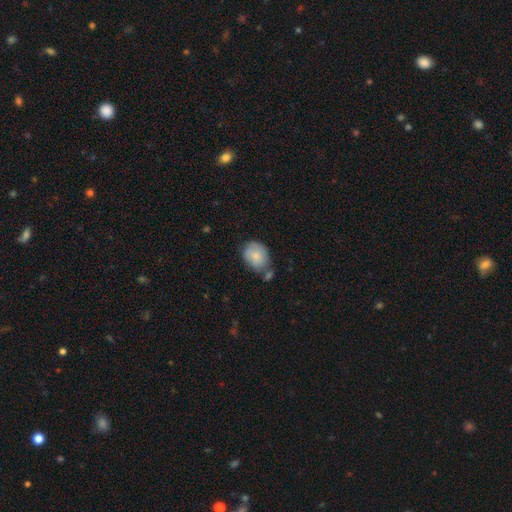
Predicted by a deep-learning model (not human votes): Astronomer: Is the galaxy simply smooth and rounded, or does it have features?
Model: smooth — 82%.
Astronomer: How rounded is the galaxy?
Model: in between — 57% (runner-up: round, 42%).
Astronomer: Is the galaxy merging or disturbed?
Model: none — 51%.